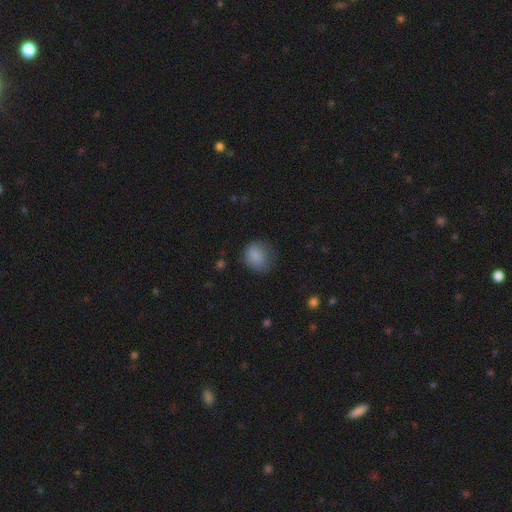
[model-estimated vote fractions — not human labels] This appears to be a smooth galaxy with no disk features (84%) that is round (74%). Merging: none (62%).